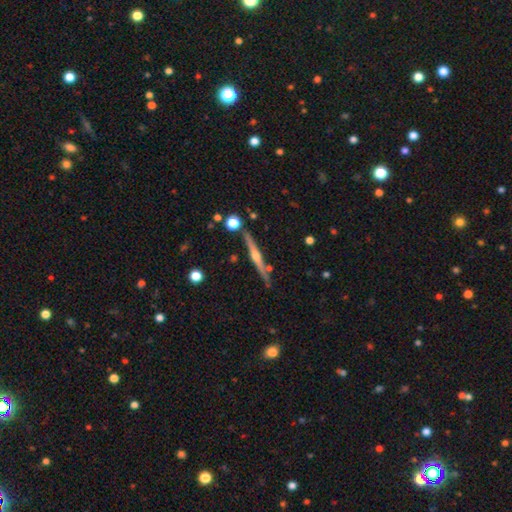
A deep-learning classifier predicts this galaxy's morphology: Smooth or featured? Predicted: featured or disk (p=0.78). Edge-on disk? Predicted: yes (p=0.98). Edge-on bulge? Predicted: rounded (p=0.89). Merging? Predicted: none (p=0.85).